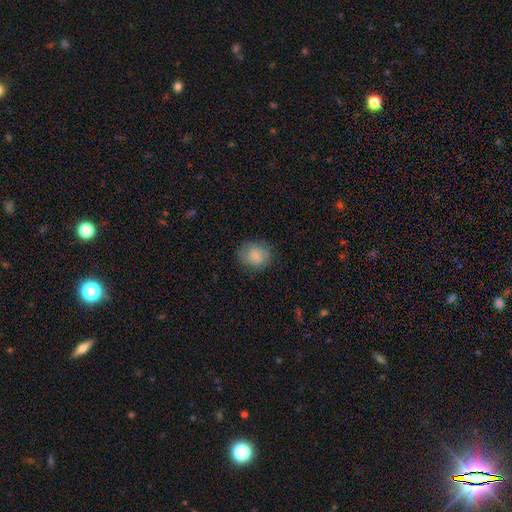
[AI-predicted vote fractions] A smooth galaxy with no disk features (78%) that is round (61%).

Vote fractions:
- Smooth or featured? smooth: 78% / featured or disk: 14% / star or artifact: 7%
- How rounded? round: 61% / in between: 38% / cigar-shaped: 1%
- Merging? none: 77% / minor disturbance: 16% / major disturbance: 5% / merger: 1%